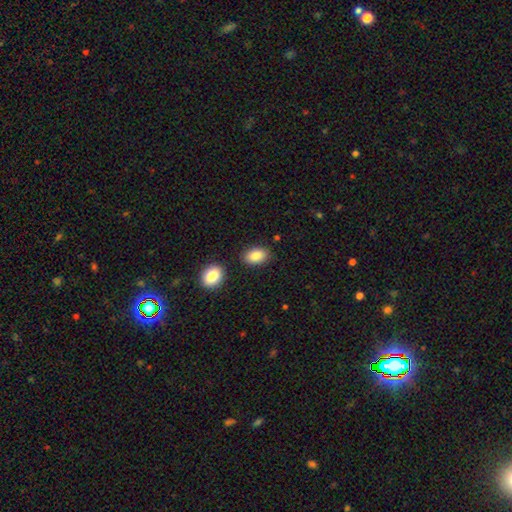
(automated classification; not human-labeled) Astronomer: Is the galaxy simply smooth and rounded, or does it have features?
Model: smooth — 87%.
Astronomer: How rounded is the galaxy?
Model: in between — 89%.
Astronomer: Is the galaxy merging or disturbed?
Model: none — 82%.